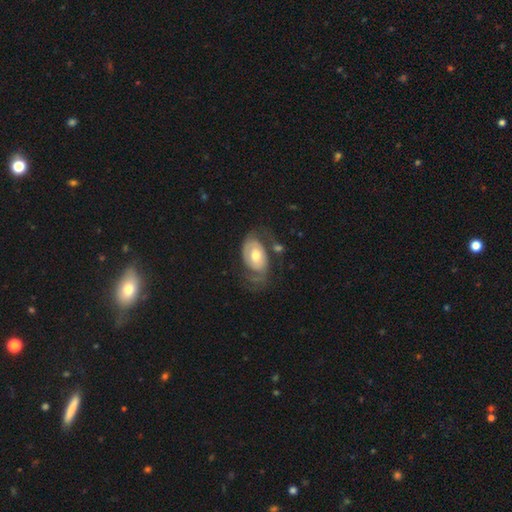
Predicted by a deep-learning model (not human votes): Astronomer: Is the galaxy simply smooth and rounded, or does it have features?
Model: featured or disk — 70%.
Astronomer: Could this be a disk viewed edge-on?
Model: no — 95%.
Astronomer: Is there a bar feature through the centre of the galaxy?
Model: no — 69%.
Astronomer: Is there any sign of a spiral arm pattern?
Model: yes — 78%.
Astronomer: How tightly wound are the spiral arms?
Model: tight — 44% (runner-up: medium, 35%).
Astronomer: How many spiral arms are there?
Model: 2 — 57%.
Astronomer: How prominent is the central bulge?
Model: moderate — 68%.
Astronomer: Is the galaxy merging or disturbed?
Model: none — 47% (runner-up: major disturbance, 25%).